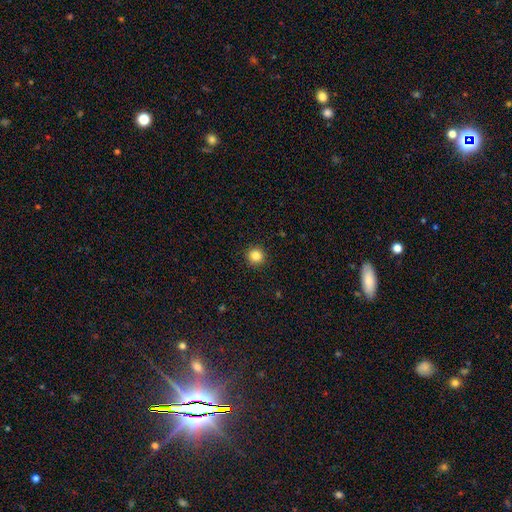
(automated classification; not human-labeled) Smooth or featured?
  - smooth: 85% *
  - star or artifact: 11%
  - featured or disk: 4%
How rounded?
  - round: 94% *
  - in between: 5%
  - cigar-shaped: 1%
Merging?
  - none: 93% *
  - minor disturbance: 5%
  - major disturbance: 2%
  - merger: 1%